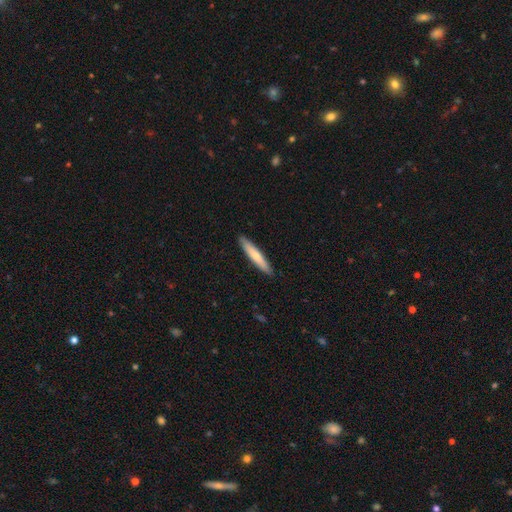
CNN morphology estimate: Q: Smooth or featured?
A: smooth (66%); runner-up: featured or disk (29%)
Q: How rounded?
A: cigar-shaped (93%); runner-up: in between (6%)
Q: Merging?
A: none (91%); runner-up: minor disturbance (7%)